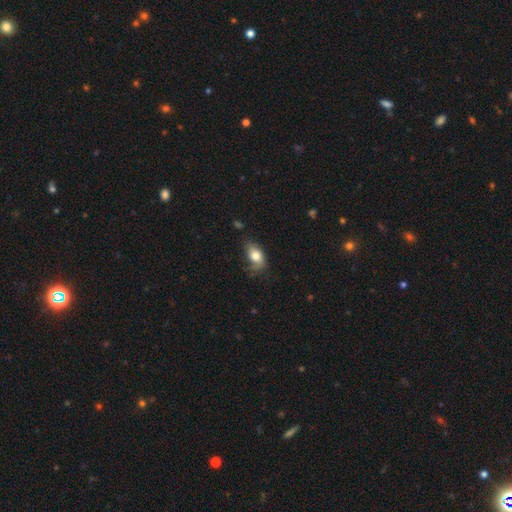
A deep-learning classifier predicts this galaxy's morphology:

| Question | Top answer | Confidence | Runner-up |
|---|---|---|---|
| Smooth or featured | smooth | 76% | featured or disk (17%) |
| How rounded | in between | 87% | round (10%) |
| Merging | none | 48% | minor disturbance (34%) |